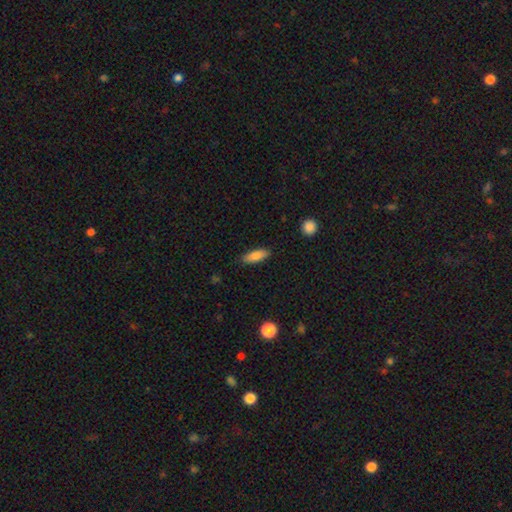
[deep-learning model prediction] smooth_or_featured: smooth (p=0.80) [alt: featured or disk p=0.13]
how_rounded: in between (p=0.66) [alt: cigar-shaped p=0.31]
merging: none (p=0.86) [alt: minor disturbance p=0.11]